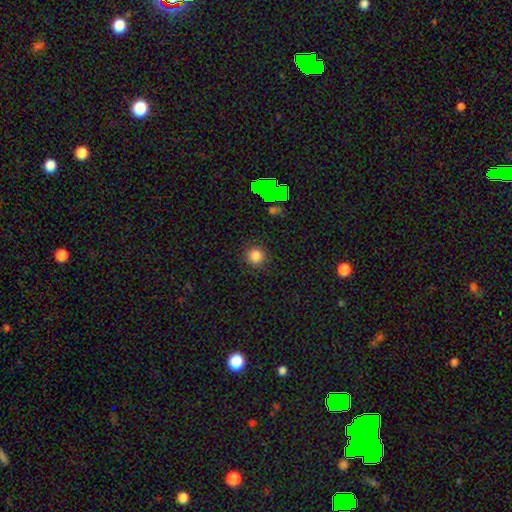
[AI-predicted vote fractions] A smooth galaxy with no disk features (80%) that is round (93%). Merging: none (87%).